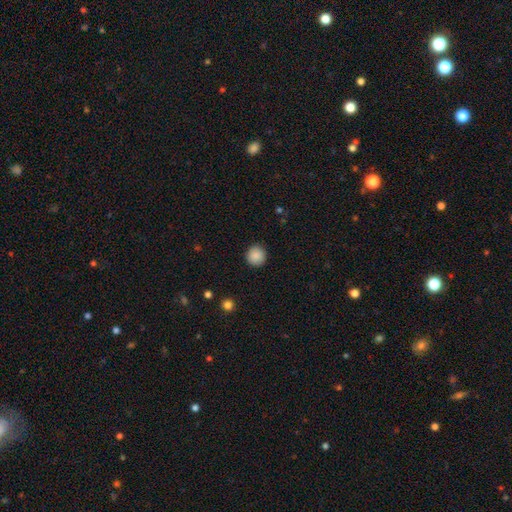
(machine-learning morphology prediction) A smooth galaxy with no disk features (88%) that is round (93%). Merging: none (91%).